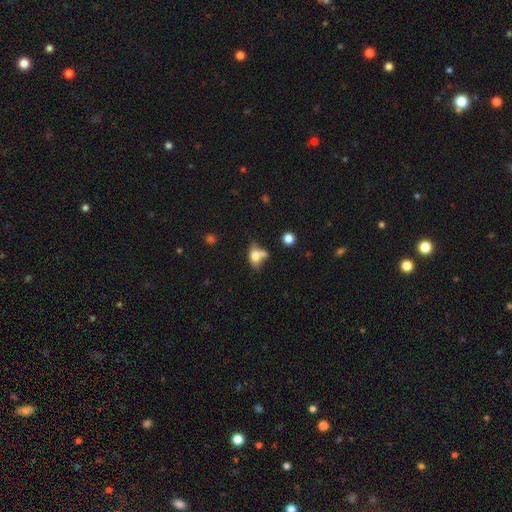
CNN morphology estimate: smooth 68%, featured or disk 21%, star or artifact 11%. Down the decision tree: how rounded — in between (66%); merging — merger (38%).